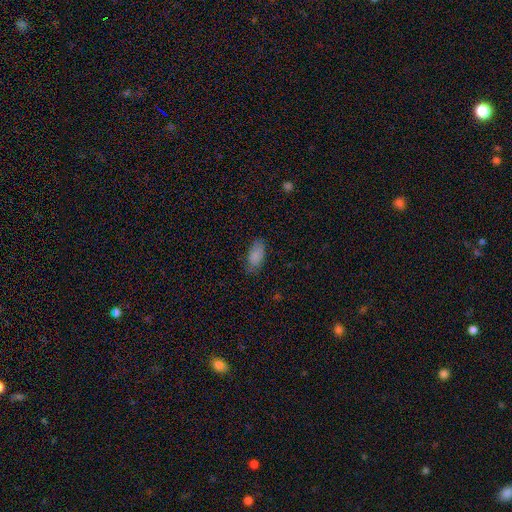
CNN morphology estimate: This is clearly a smooth galaxy (85%). How rounded: clearly in between (92%). Merging: likely none (73%).